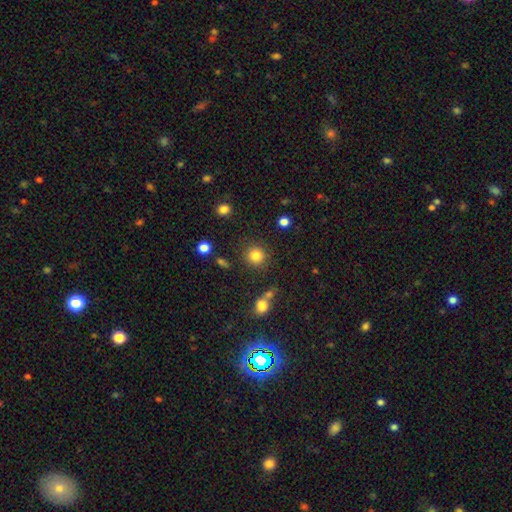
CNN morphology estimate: Smooth or featured?
  - smooth: 82% *
  - star or artifact: 12%
  - featured or disk: 6%
How rounded?
  - round: 91% *
  - in between: 8%
  - cigar-shaped: 1%
Merging?
  - none: 85% *
  - minor disturbance: 8%
  - merger: 4%
  - major disturbance: 3%